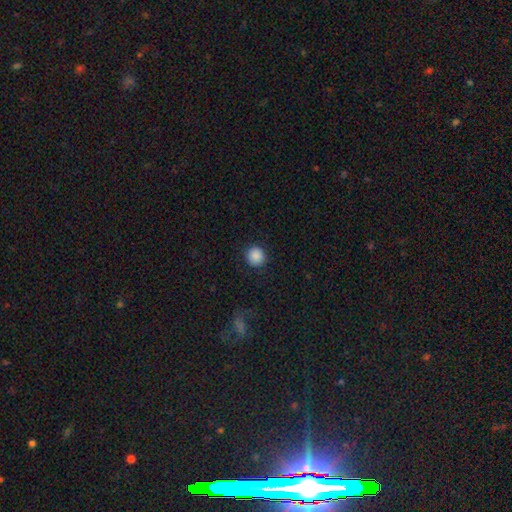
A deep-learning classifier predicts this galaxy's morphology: The model was most divided on "smooth or featured": smooth: 88%, star or artifact: 9%, featured or disk: 3%. More confident: how rounded — round (94%); merging — none (90%).